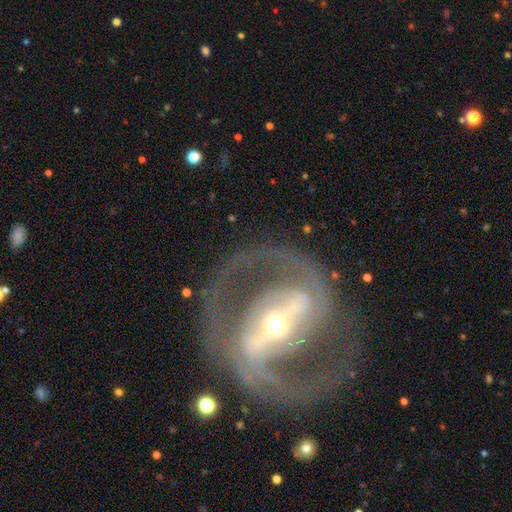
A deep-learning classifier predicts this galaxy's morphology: featured or disk 90%, star or artifact 5%, smooth 4%. Down the decision tree: edge-on disk — no (96%); bar — strong (70%); spiral arms — yes (94%); spiral arm count — 2 (89%); spiral winding — medium (53%); bulge size — small (55%); merging — none (73%).